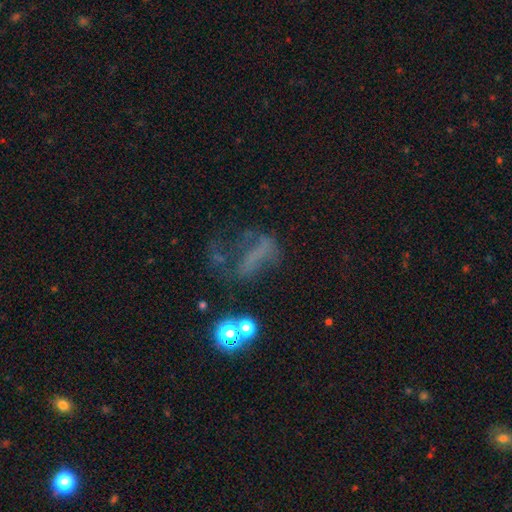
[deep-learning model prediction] This is marginally a featured or disk galaxy (36%). Merging: marginally major disturbance (41%).